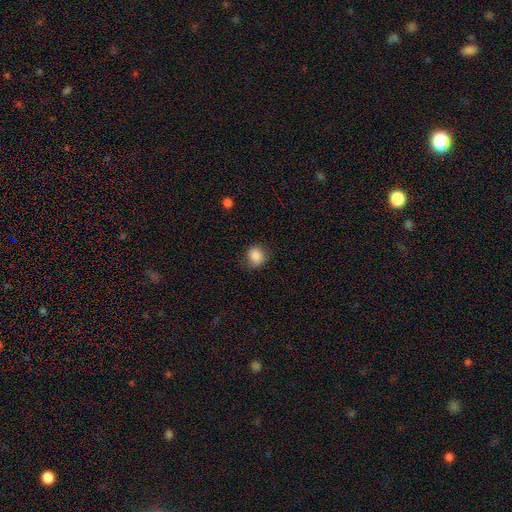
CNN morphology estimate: Smooth or featured? Predicted: smooth (p=0.86). How rounded? Predicted: round (p=0.79). Merging? Predicted: none (p=0.79).